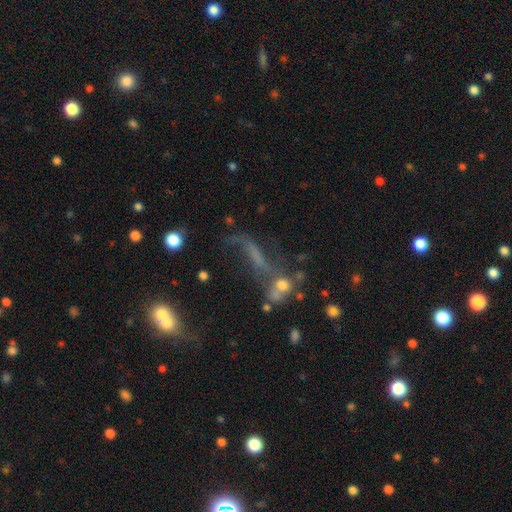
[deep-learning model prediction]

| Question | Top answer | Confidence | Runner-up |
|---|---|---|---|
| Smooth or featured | featured or disk | 44% | smooth (32%) |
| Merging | none | 34% | major disturbance (26%) |